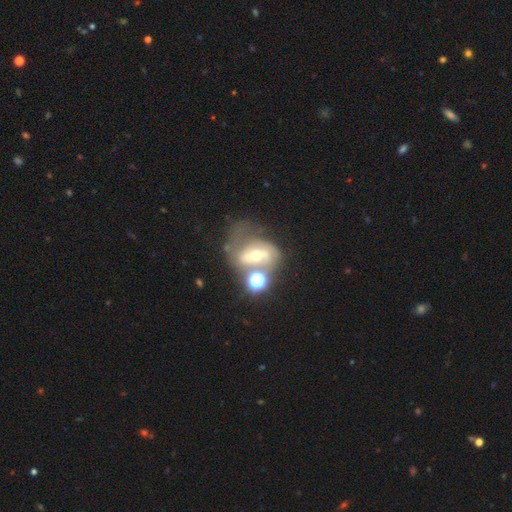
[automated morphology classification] The model was most divided on "merging": none: 28%, major disturbance: 27%, merger: 26%, minor disturbance: 18%. Remaining: edge-on disk — no (94%); spiral arms — yes (61%); smooth or featured — featured or disk (61%); bulge size — moderate (55%); bar — no (36%).